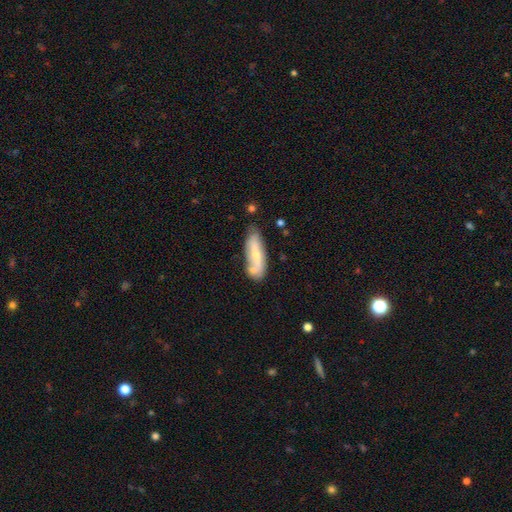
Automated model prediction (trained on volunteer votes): Q: Smooth or featured?
A: featured or disk (50%); runner-up: smooth (44%)
Q: Edge-on disk?
A: no (70%); runner-up: yes (30%)
Q: Merging?
A: none (67%); runner-up: minor disturbance (19%)